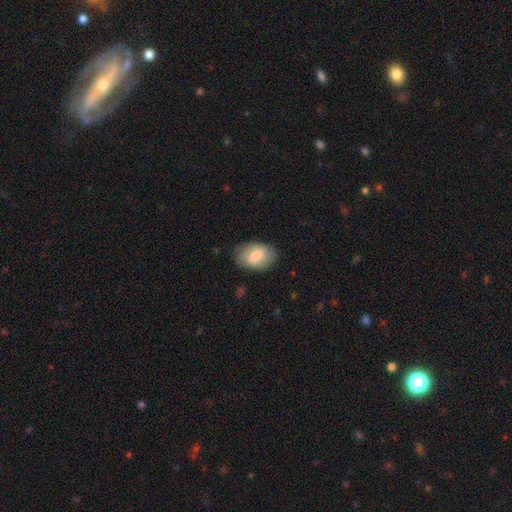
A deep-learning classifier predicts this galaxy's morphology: smooth-or-featured: smooth: 75% | featured or disk: 19% | star or artifact: 6%
  how-rounded: in between: 89% | round: 10% | cigar-shaped: 1%
  merging: none: 76% | minor disturbance: 18% | major disturbance: 5% | merger: 1%